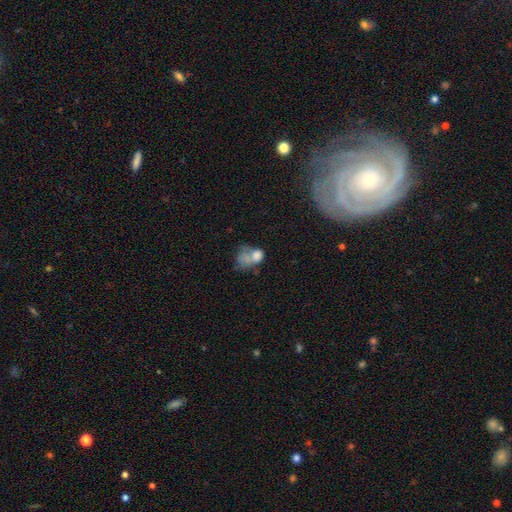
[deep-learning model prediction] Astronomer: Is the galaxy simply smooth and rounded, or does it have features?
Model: smooth — 63%.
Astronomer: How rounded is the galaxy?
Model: in between — 60% (runner-up: round, 38%).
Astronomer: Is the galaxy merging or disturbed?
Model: merger — 37% (runner-up: major disturbance, 26%).